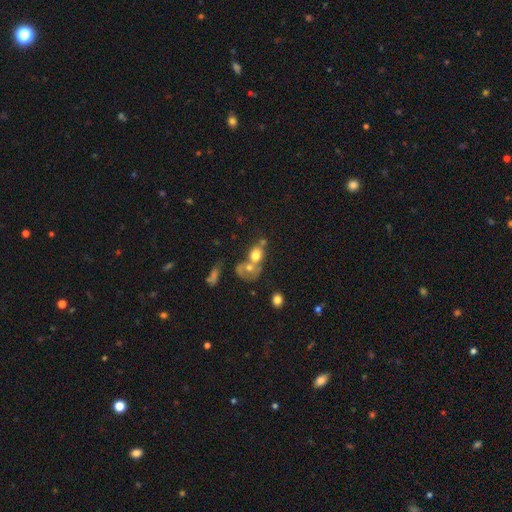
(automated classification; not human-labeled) Morphology: type=smooth (67%); roundness=round (54%); merging=merger (61%).